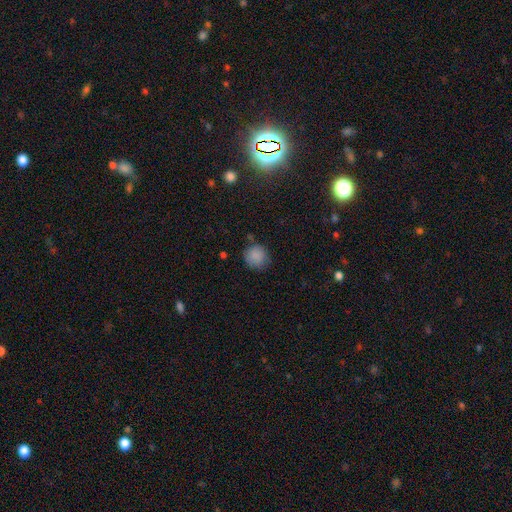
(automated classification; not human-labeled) smooth_or_featured: smooth (p=0.86) [alt: star or artifact p=0.09]
how_rounded: round (p=0.90) [alt: in between p=0.09]
merging: none (p=0.76) [alt: minor disturbance p=0.17]